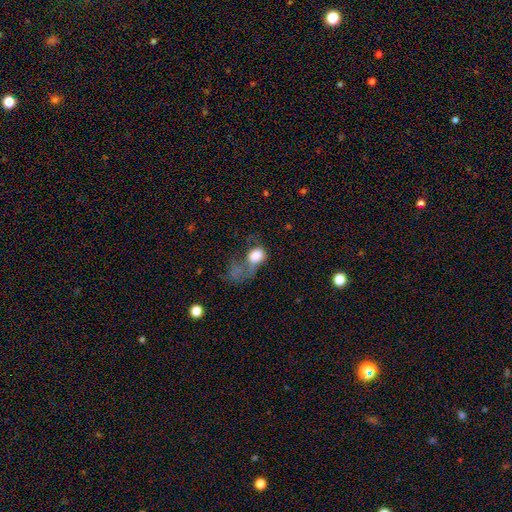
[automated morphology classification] Smooth or featured?
  - smooth: 73% *
  - featured or disk: 16%
  - star or artifact: 11%
How rounded?
  - in between: 64% *
  - round: 34%
  - cigar-shaped: 2%
Merging?
  - major disturbance: 48% *
  - merger: 23%
  - none: 15%
  - minor disturbance: 14%